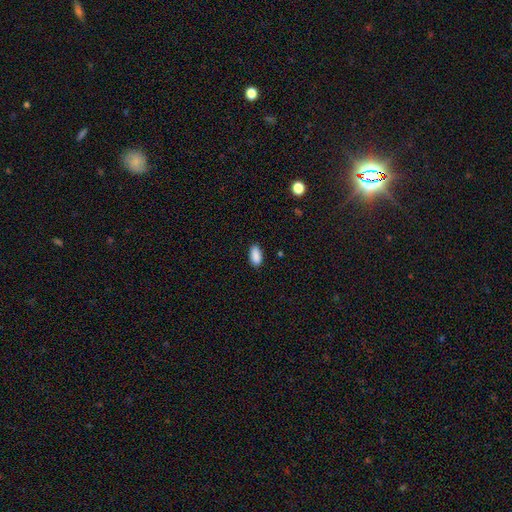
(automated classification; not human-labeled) This appears to be a smooth galaxy with no disk features (90%) that is in between round and cigar-shaped (91%). Merging: none (87%).